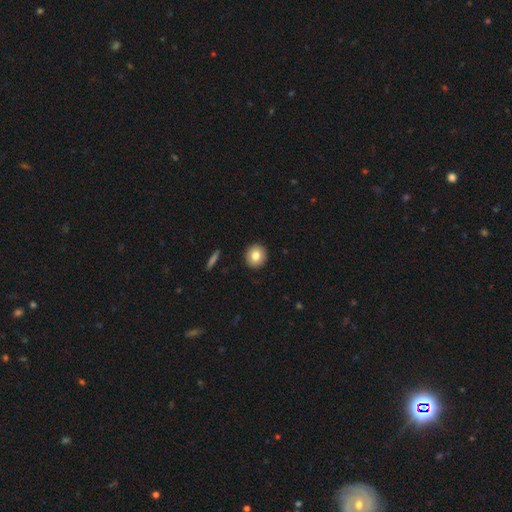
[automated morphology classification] Smooth or featured: smooth — 81% (featured or disk — 10%)
How rounded: round — 86% (in between — 13%)
Merging: none — 92% (minor disturbance — 6%)